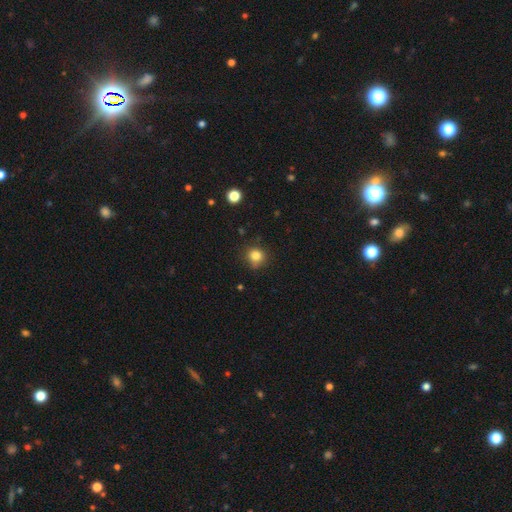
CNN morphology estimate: smooth_or_featured: smooth (p=0.83) [alt: star or artifact p=0.12]
how_rounded: round (p=0.88) [alt: in between p=0.12]
merging: none (p=0.80) [alt: minor disturbance p=0.15]